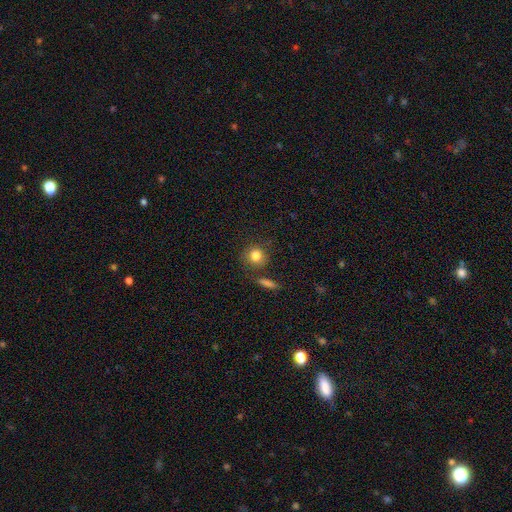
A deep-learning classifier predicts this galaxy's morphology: type=smooth (83%); roundness=round (86%); merging=none (77%).